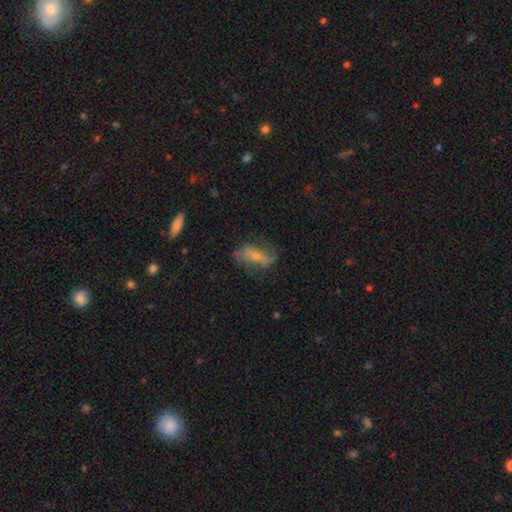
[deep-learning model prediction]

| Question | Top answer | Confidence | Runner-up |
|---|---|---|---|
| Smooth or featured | featured or disk | 62% | smooth (28%) |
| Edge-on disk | no | 86% | yes (14%) |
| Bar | no | 43% | weak (31%) |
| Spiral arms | yes | 79% | no (21%) |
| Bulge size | small | 60% | moderate (31%) |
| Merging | none | 63% | minor disturbance (22%) |